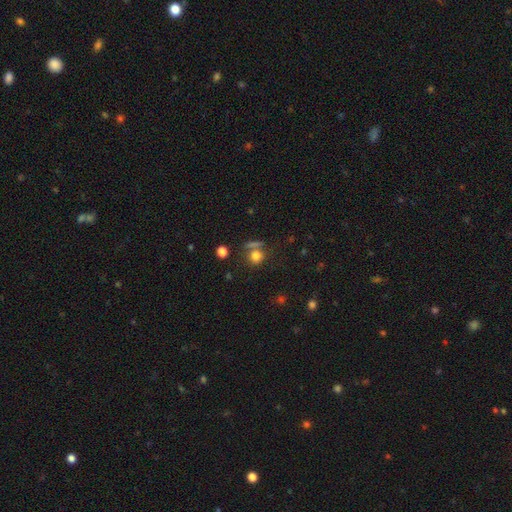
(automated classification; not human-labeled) Smooth or featured: smooth — 77% (star or artifact — 14%)
How rounded: round — 83% (in between — 15%)
Merging: none — 61% (merger — 21%)